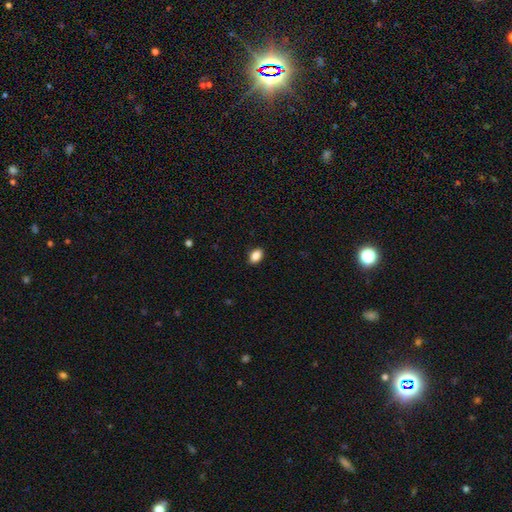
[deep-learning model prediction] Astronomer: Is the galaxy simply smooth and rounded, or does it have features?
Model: smooth — 87%.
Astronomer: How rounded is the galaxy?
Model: in between — 85%.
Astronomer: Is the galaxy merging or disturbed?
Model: none — 89%.